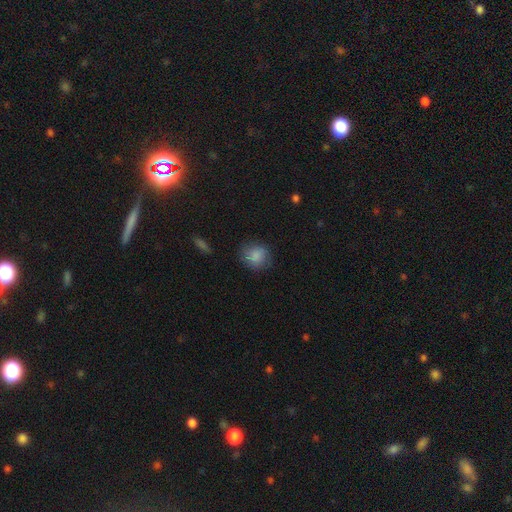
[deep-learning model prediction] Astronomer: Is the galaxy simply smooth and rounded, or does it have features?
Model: smooth — 83%.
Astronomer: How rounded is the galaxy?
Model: round — 80%.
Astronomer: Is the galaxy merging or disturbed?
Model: none — 74%.